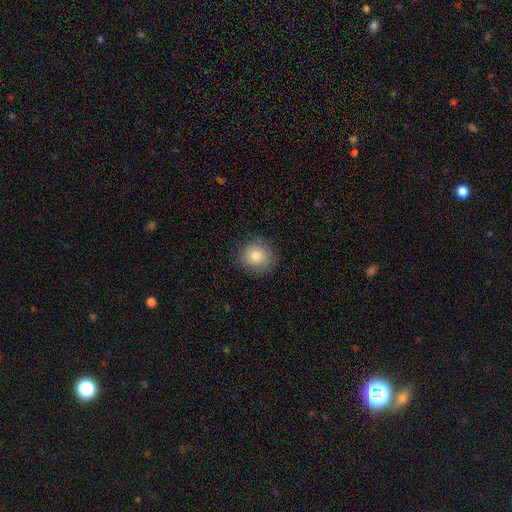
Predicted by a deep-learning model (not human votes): A smooth galaxy with no disk features (84%) that is round (86%).

Vote fractions:
- Smooth or featured? smooth: 84% / star or artifact: 9% / featured or disk: 7%
- How rounded? round: 86% / in between: 13% / cigar-shaped: 1%
- Merging? none: 85% / minor disturbance: 11% / major disturbance: 3% / merger: 1%